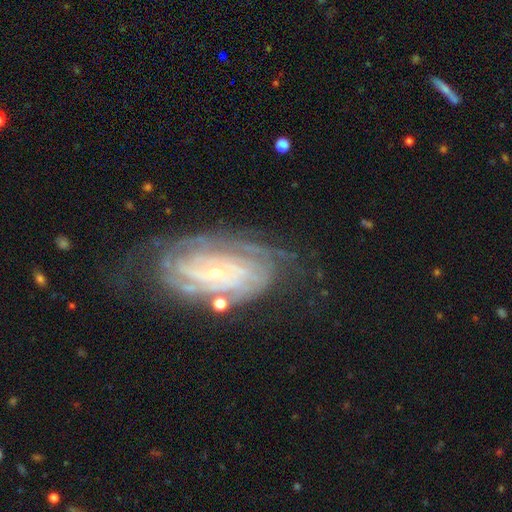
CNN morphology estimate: Q: Smooth or featured?
A: featured or disk (79%); runner-up: smooth (11%)
Q: Edge-on disk?
A: no (93%); runner-up: yes (7%)
Q: Bar?
A: no (64%); runner-up: weak (26%)
Q: Spiral arms?
A: yes (91%); runner-up: no (9%)
Q: Spiral winding?
A: tight (76%); runner-up: medium (19%)
Q: Spiral arm count?
A: can't tell (47%); runner-up: 2 (19%)
Q: Bulge size?
A: small (82%); runner-up: moderate (12%)
Q: Merging?
A: none (69%); runner-up: minor disturbance (18%)